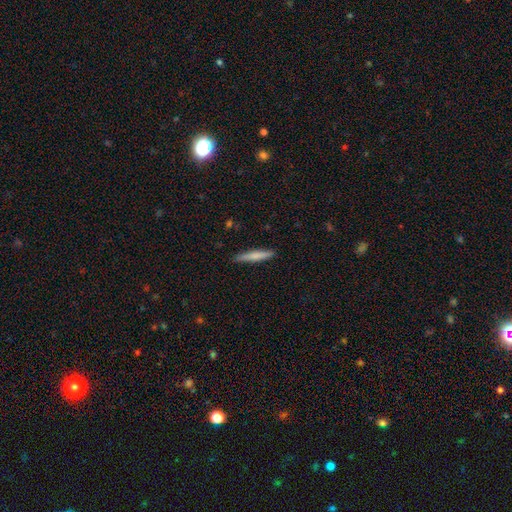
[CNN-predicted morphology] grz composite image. It shows a smooth galaxy with no disk features (71%) that is cigar-shaped (94%). Merging: none (89%).